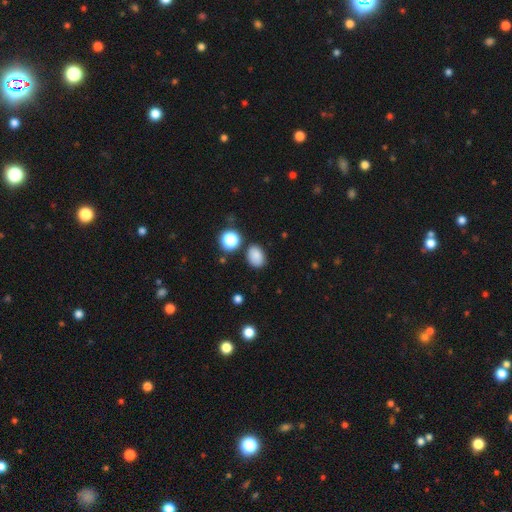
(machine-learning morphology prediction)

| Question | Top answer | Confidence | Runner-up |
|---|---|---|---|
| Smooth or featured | smooth | 83% | star or artifact (12%) |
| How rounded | in between | 74% | round (25%) |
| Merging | none | 80% | minor disturbance (13%) |